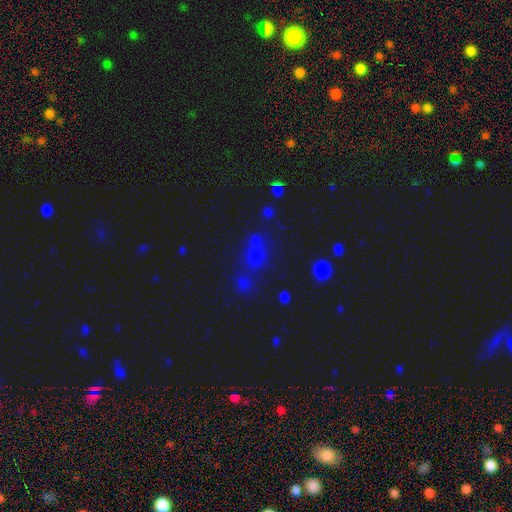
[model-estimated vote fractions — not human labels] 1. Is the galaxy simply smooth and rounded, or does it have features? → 54% star or artifact, 32% smooth, 13% featured or disk.